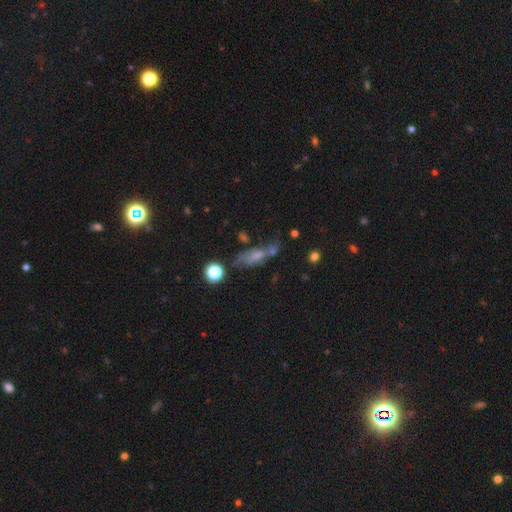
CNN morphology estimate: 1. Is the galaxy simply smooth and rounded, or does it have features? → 42% smooth, 41% featured or disk, 17% star or artifact.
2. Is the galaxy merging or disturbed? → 40% none, 23% minor disturbance, 21% major disturbance, 17% merger.